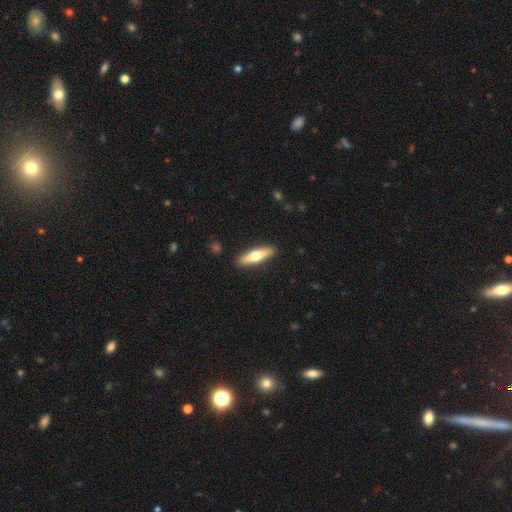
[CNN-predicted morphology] A smooth galaxy with no disk features (56%) that is cigar-shaped (69%). Merging: none (90%).